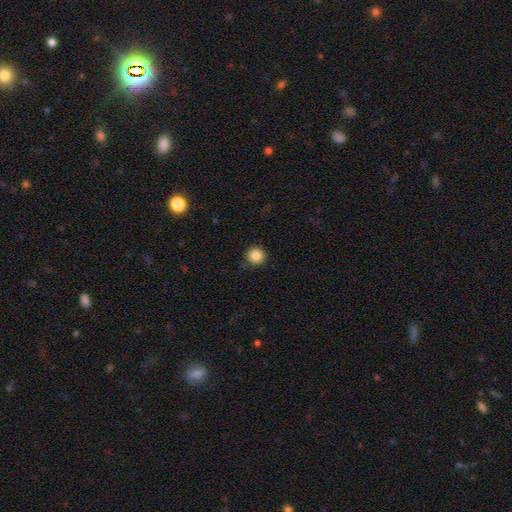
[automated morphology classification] smooth_or_featured: smooth (p=0.86) [alt: star or artifact p=0.10]
how_rounded: round (p=0.94) [alt: in between p=0.05]
merging: none (p=0.88) [alt: minor disturbance p=0.09]